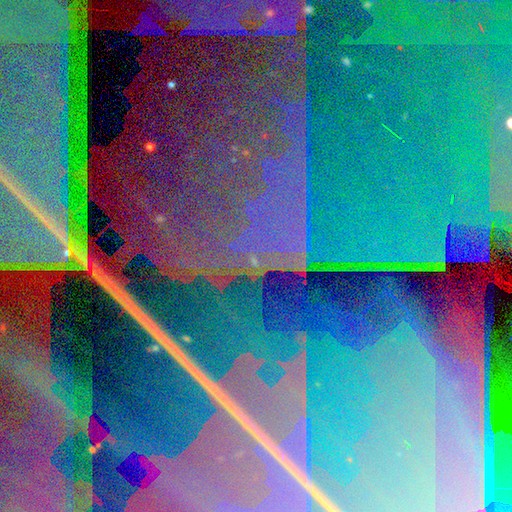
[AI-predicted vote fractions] Overall: star or artifact (89%).